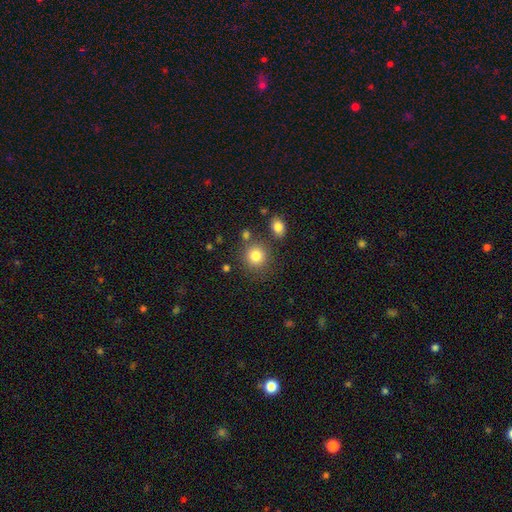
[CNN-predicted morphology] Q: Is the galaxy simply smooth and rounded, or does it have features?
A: smooth — 83%.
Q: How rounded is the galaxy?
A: round — 88%.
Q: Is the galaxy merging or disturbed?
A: none — 78%.